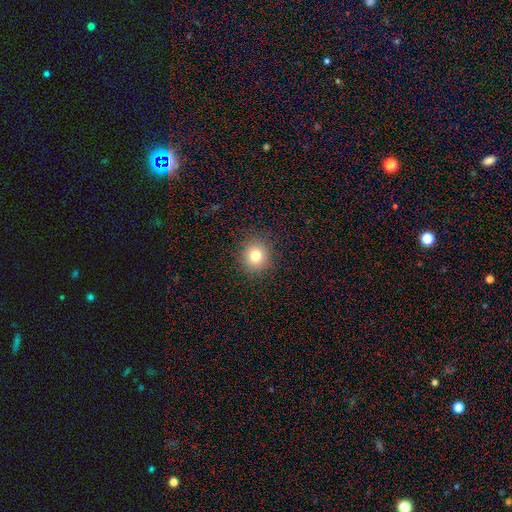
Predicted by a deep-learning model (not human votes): Smooth or featured? smooth (78%)
How rounded? round (88%)
Merging? none (89%)